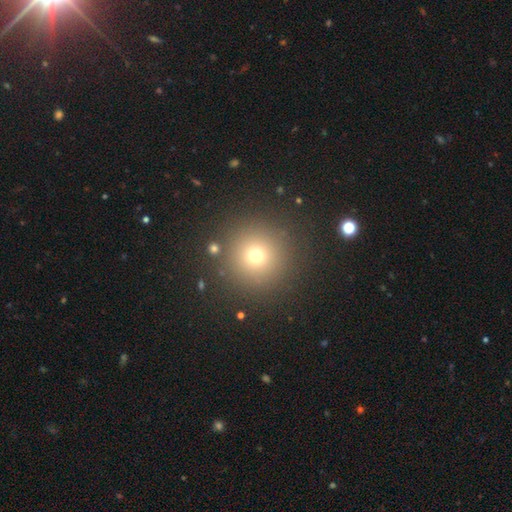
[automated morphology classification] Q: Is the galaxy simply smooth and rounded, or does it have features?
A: smooth — 70%.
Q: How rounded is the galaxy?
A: round — 96%.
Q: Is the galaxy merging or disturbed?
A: none — 88%.